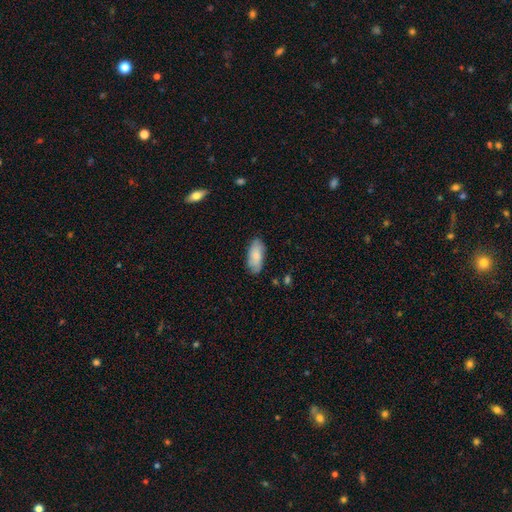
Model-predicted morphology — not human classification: This appears to be a smooth galaxy with no disk features (81%) that is in between round and cigar-shaped (89%). Merging: none (80%).